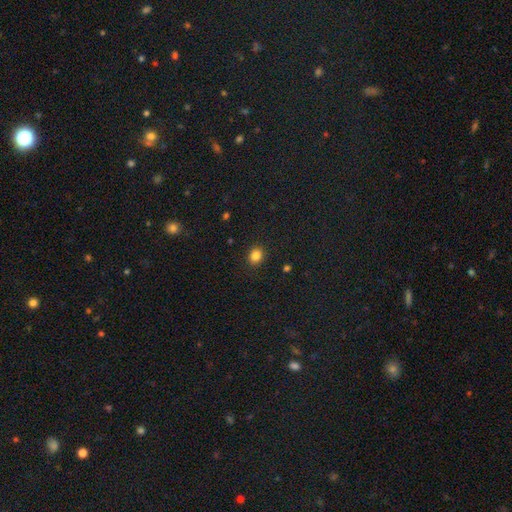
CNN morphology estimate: This is clearly a smooth galaxy (85%). How rounded: likely round (66%). Merging: clearly none (90%).